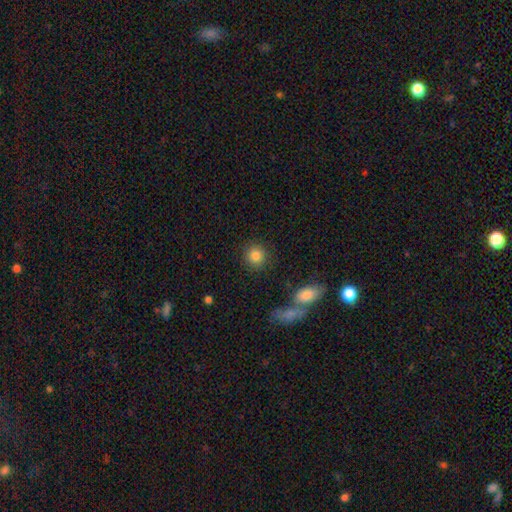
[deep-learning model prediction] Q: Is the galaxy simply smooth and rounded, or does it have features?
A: smooth — 83%.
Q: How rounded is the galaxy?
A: round — 91%.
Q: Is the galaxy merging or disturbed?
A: none — 88%.